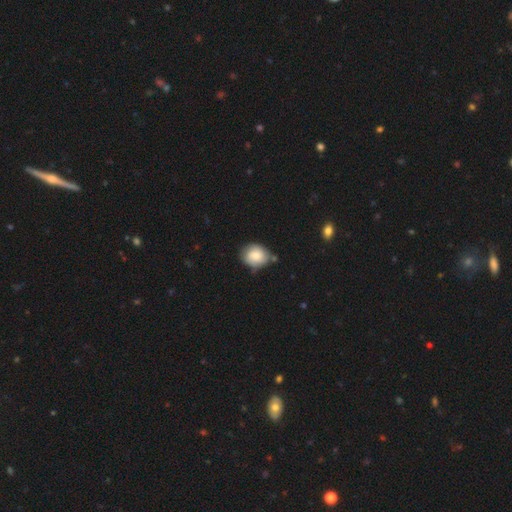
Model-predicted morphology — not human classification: smooth 77%, featured or disk 15%, star or artifact 7%. Down the decision tree: how rounded — round (63%); merging — none (63%).